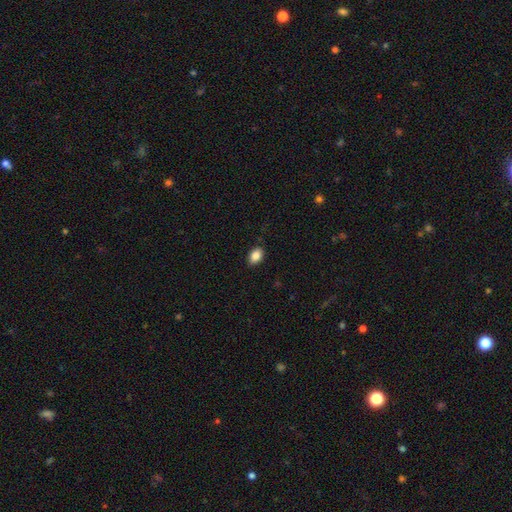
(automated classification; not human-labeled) smooth 86%, star or artifact 8%, featured or disk 6%. Down the decision tree: how rounded — in between (84%); merging — none (86%).